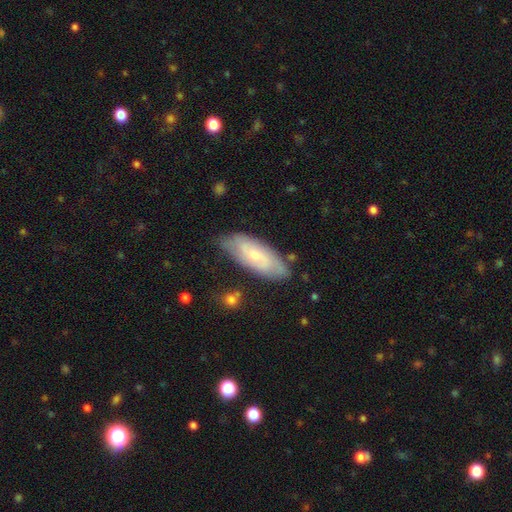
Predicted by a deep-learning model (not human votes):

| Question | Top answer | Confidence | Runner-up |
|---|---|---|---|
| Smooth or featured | featured or disk | 50% | smooth (43%) |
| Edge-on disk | no | 84% | yes (16%) |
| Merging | none | 70% | minor disturbance (22%) |